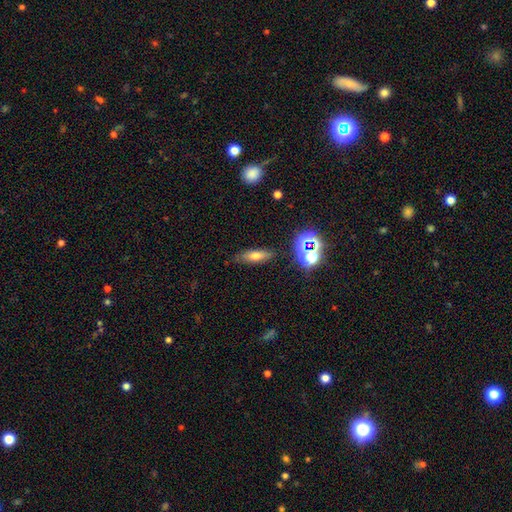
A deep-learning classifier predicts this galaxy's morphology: This is likely a smooth galaxy (64%). How rounded: possibly in between (49%). Merging: clearly none (81%).